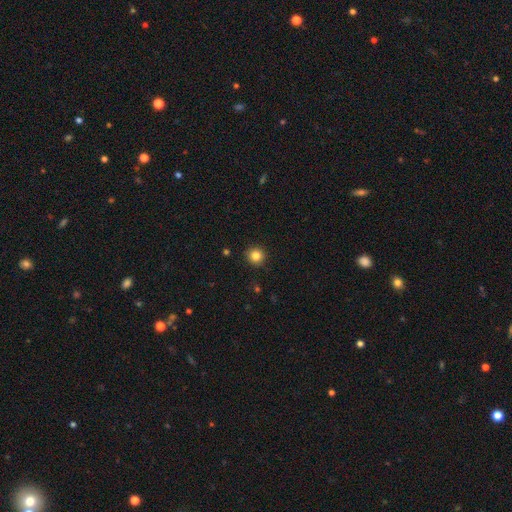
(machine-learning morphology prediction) Q: Smooth or featured?
A: smooth (84%); runner-up: star or artifact (12%)
Q: How rounded?
A: round (94%); runner-up: in between (5%)
Q: Merging?
A: none (92%); runner-up: minor disturbance (5%)